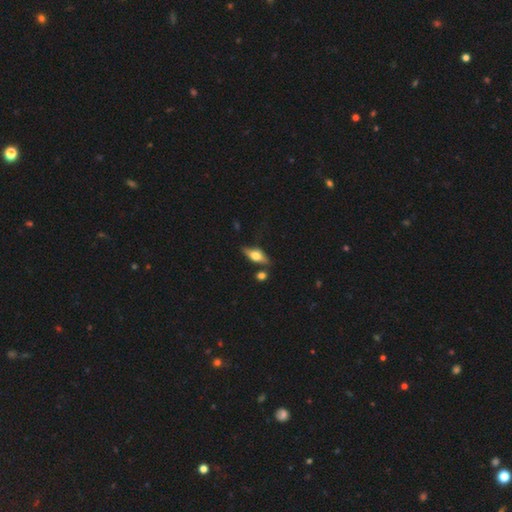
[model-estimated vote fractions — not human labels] This is possibly a featured or disk galaxy (49%). Merging: likely none (76%).